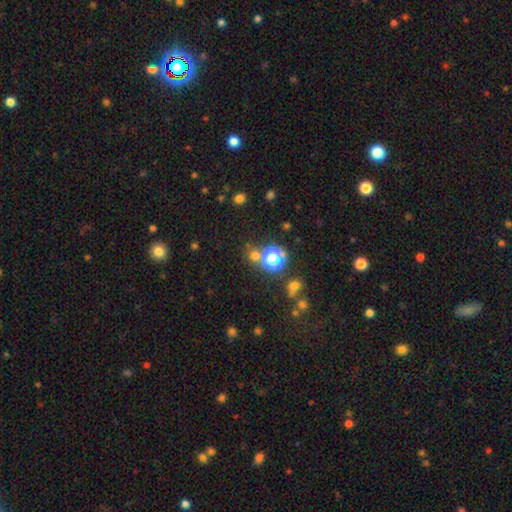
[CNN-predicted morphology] This appears to be a smooth galaxy with no disk features (55%) that is round (87%). Merging: none (69%).